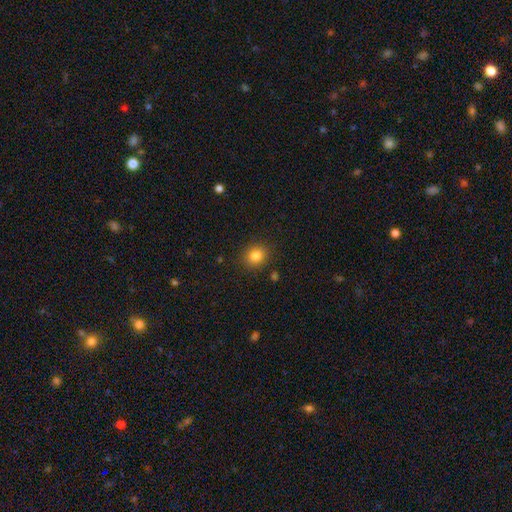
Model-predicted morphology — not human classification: Smooth or featured?
  - smooth: 83% *
  - star or artifact: 12%
  - featured or disk: 6%
How rounded?
  - round: 75% *
  - in between: 24%
  - cigar-shaped: 1%
Merging?
  - none: 88% *
  - minor disturbance: 8%
  - major disturbance: 2%
  - merger: 2%